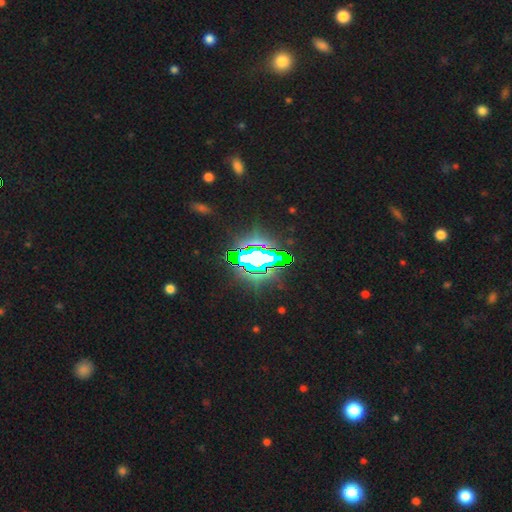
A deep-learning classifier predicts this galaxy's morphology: Smooth or featured? Predicted: star or artifact (p=0.74).